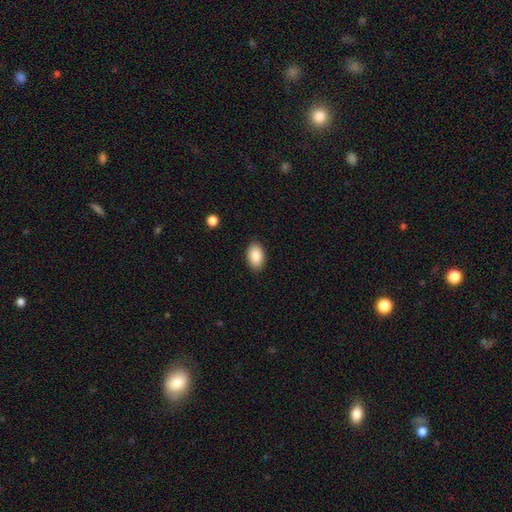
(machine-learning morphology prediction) This appears to be a smooth galaxy with no disk features (87%) that is in between round and cigar-shaped (90%). Merging: none (88%).